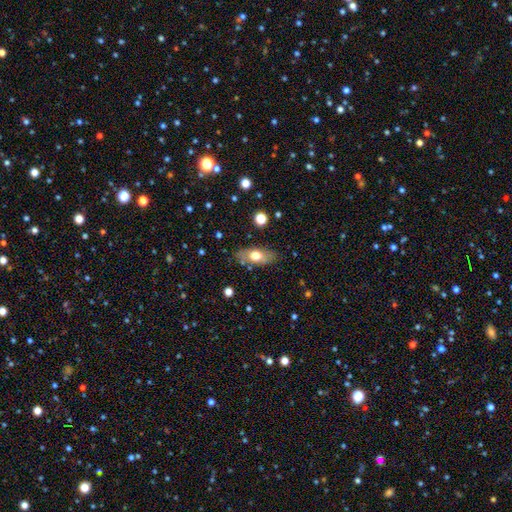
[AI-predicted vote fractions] This appears to be a smooth galaxy with no disk features (64%) that is in between round and cigar-shaped (85%). Merging: none (80%).